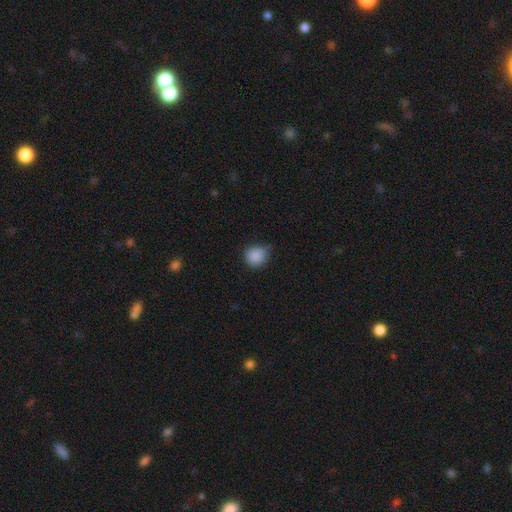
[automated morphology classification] Smooth or featured: smooth — 88% (star or artifact — 9%)
How rounded: round — 84% (in between — 15%)
Merging: none — 67% (minor disturbance — 27%)